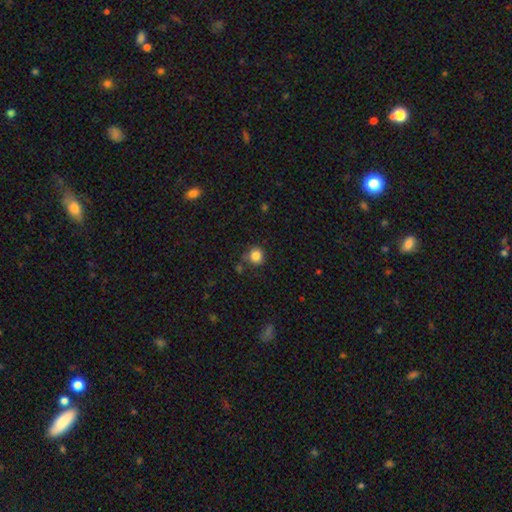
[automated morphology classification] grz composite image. It shows a smooth galaxy with no disk features (84%) that is round (87%). Merging: none (75%).